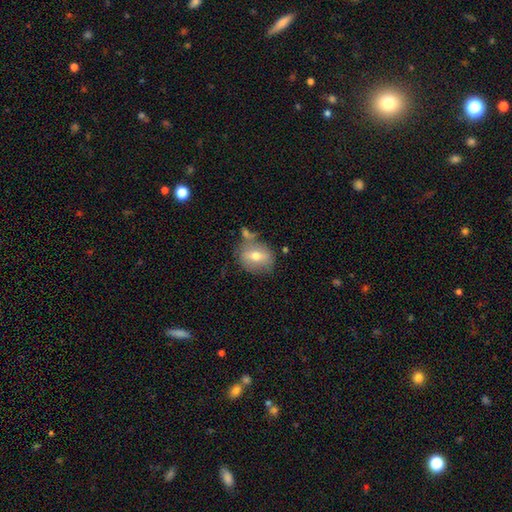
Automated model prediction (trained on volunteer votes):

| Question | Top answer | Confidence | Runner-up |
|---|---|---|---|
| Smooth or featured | smooth | 57% | featured or disk (34%) |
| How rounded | round | 53% | in between (45%) |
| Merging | none | 61% | minor disturbance (19%) |